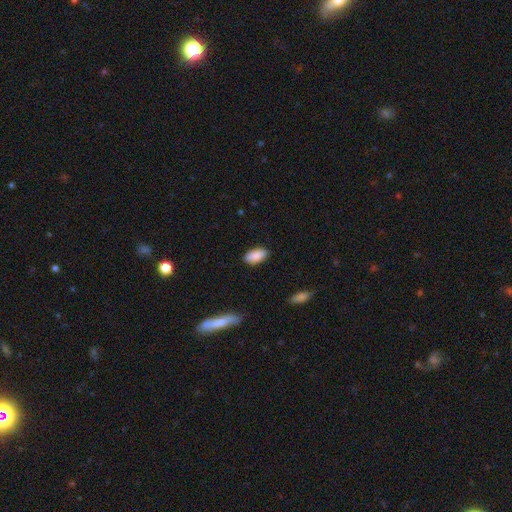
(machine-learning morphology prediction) Overall: smooth (89%). How rounded: in between (94%). Merging: none (86%).